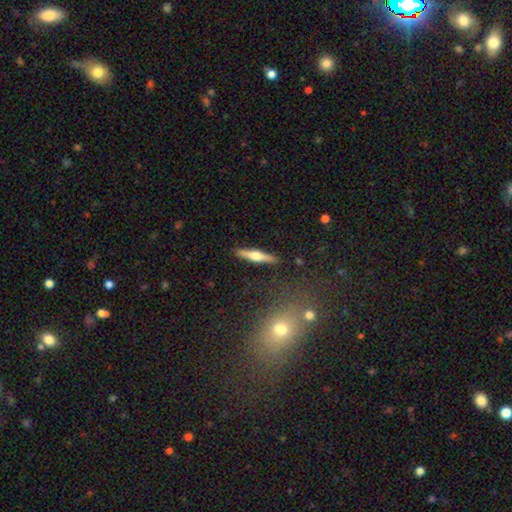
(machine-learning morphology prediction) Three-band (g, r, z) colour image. It shows a featured or disk galaxy (57%) viewed edge-on (96%) with a rounded central bulge (90%). Merging: none (90%).